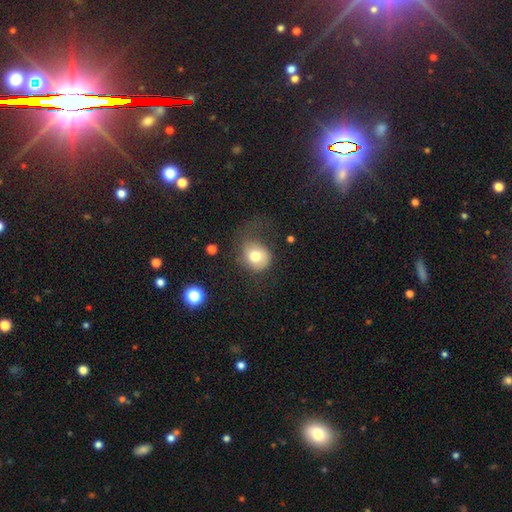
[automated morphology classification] A smooth galaxy with no disk features (74%) that is round (72%).

Vote fractions:
- Smooth or featured? smooth: 74% / featured or disk: 16% / star or artifact: 11%
- How rounded? round: 72% / in between: 27% / cigar-shaped: 1%
- Merging? none: 43% / major disturbance: 28% / minor disturbance: 27% / merger: 2%